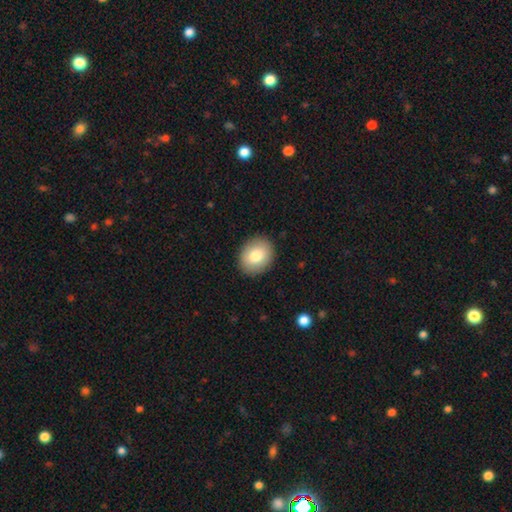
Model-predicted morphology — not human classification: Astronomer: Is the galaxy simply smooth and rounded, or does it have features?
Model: smooth — 81%.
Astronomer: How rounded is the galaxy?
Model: round — 50% (runner-up: in between, 49%).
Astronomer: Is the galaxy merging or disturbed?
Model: none — 90%.